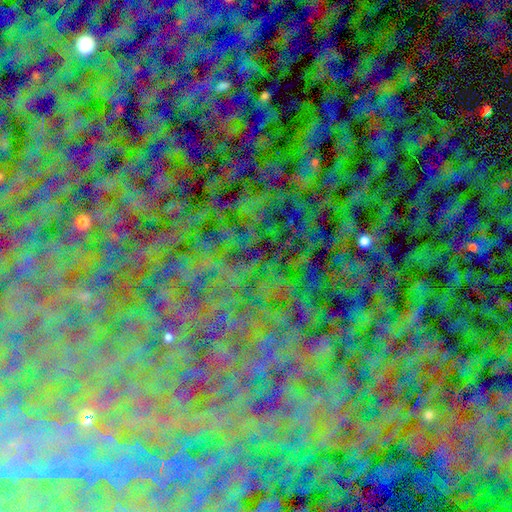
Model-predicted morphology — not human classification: Smooth or featured: star or artifact — 81% (smooth — 11%)